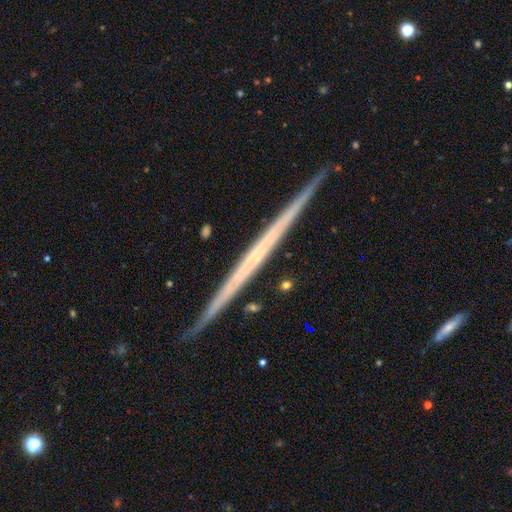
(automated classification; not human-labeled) A featured or disk galaxy (73%) viewed edge-on (98%) with no central bulge (87%). Merging: none (91%).